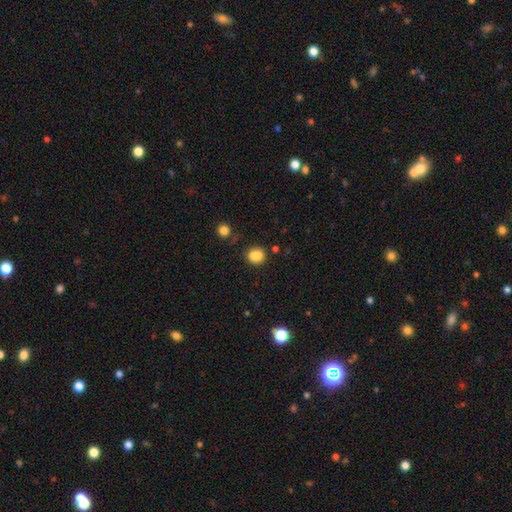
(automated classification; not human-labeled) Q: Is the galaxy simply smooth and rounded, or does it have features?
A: smooth — 76%.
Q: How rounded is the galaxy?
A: round — 75%.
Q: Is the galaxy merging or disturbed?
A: none — 47%.